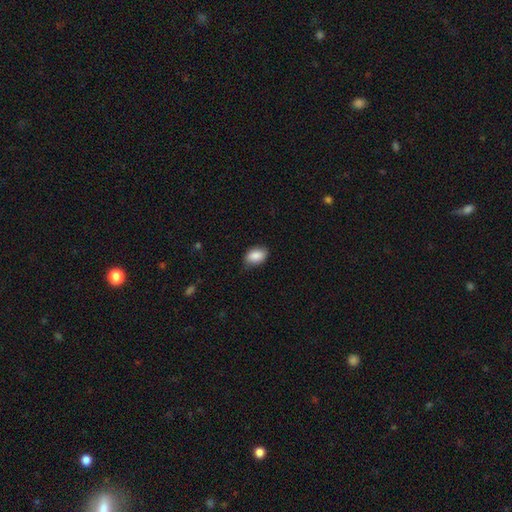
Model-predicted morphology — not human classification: Smooth or featured? Predicted: smooth (p=0.88). How rounded? Predicted: in between (p=0.88). Merging? Predicted: none (p=0.77).